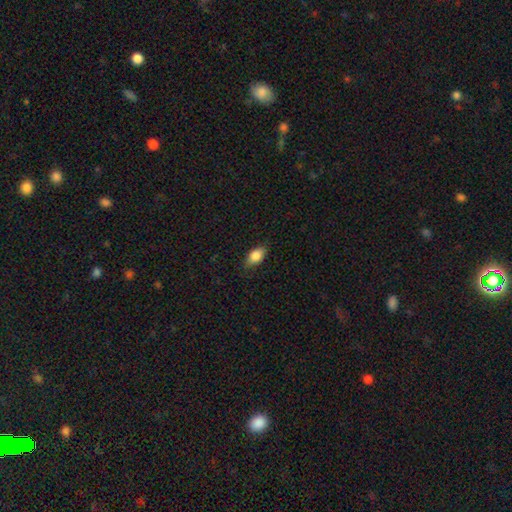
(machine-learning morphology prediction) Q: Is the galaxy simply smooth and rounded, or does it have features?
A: smooth — 85%.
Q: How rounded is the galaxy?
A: in between — 89%.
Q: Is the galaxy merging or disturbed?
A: none — 82%.